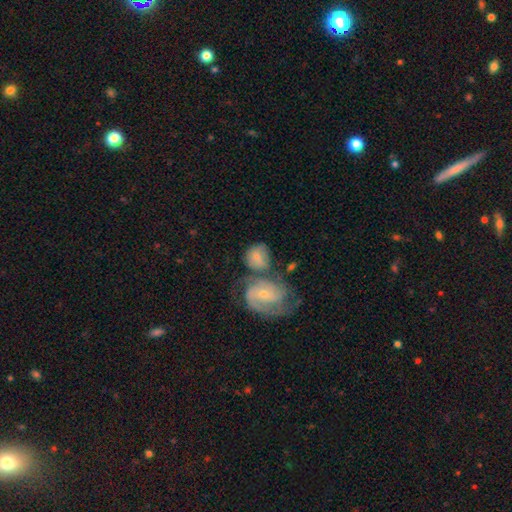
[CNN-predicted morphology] Smooth or featured? Predicted: smooth (p=0.49). Merging? Predicted: merger (p=0.40).